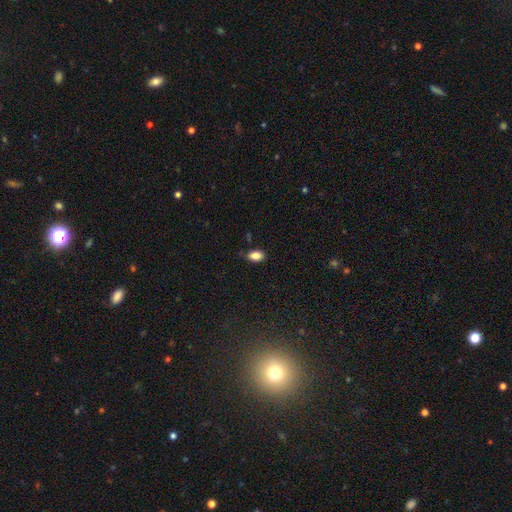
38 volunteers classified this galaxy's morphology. type=smooth (89%); roundness=in between (79%); merging=none (92%).